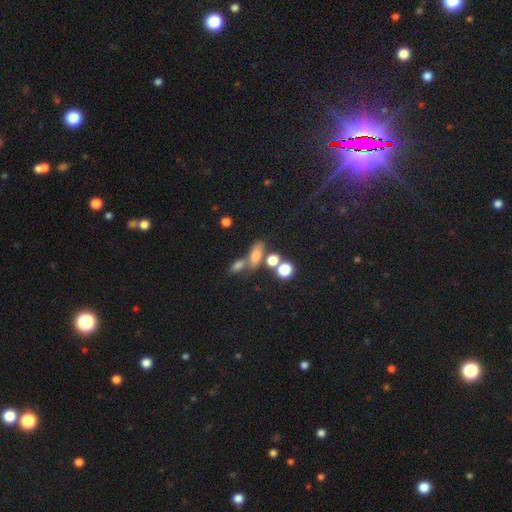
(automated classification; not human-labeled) Morphology: type=smooth (70%); roundness=in between (64%); merging=none (40%).